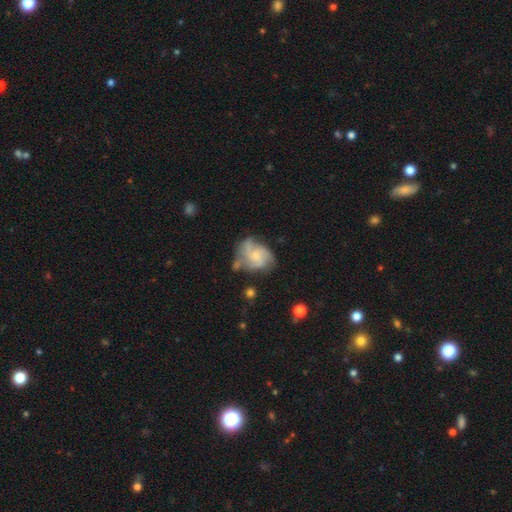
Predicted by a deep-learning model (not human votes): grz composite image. It shows a featured or disk galaxy (71%) with no bar (67%), 3 (47%) medium (48%) spiral arms (89%) and a small central bulge (53%). Merging: none (49%).